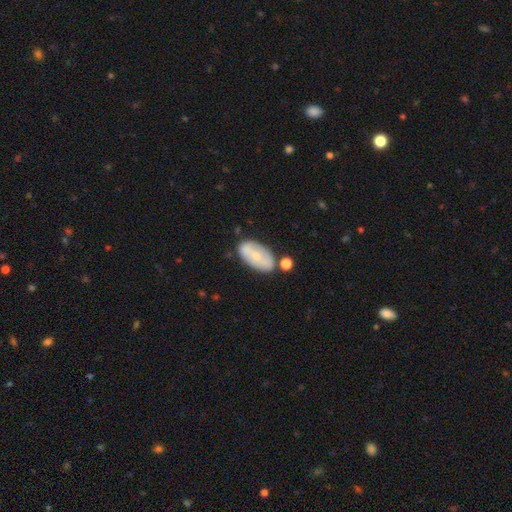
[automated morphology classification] A smooth galaxy with no disk features (59%) that is in between round and cigar-shaped (93%).

Vote fractions:
- Smooth or featured? smooth: 59% / featured or disk: 34% / star or artifact: 7%
- How rounded? in between: 93% / round: 4% / cigar-shaped: 3%
- Merging? none: 67% / minor disturbance: 18% / merger: 11% / major disturbance: 5%